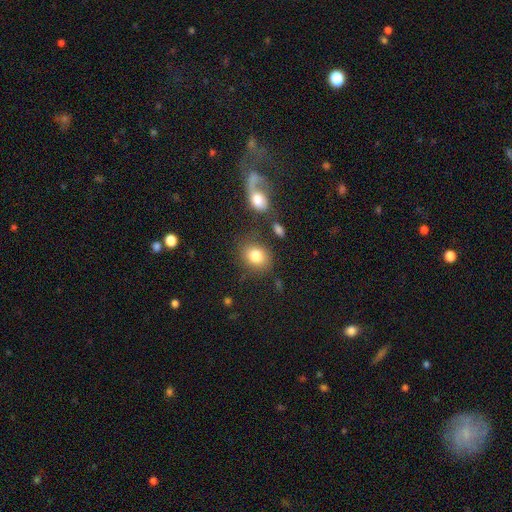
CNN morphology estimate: A smooth galaxy with no disk features (82%) that is round (54%). Merging: none (71%).